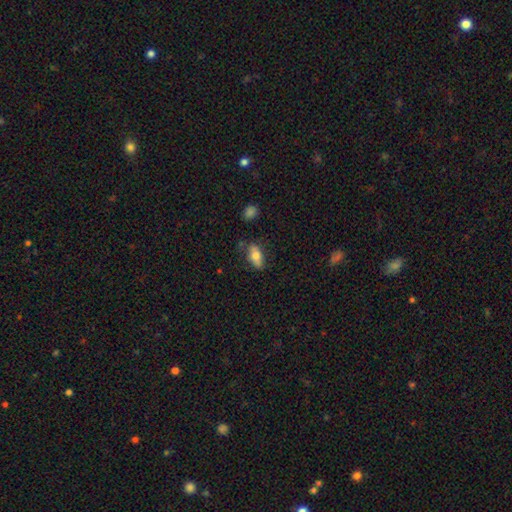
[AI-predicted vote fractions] A smooth galaxy with no disk features (71%) that is in between round and cigar-shaped (85%). Merging: none (72%).